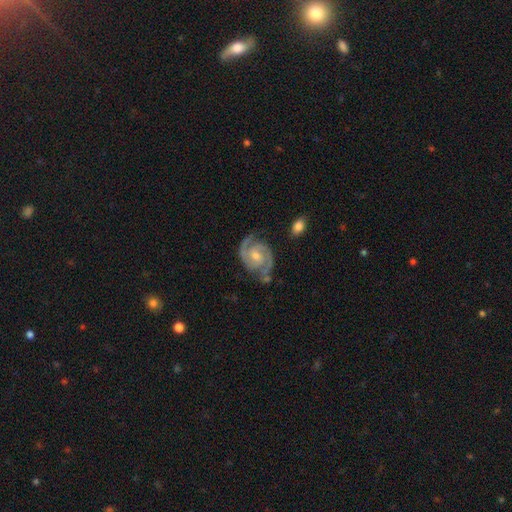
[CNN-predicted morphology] smooth_or_featured: featured or disk (p=0.92) [alt: star or artifact p=0.05]
disk_edge_on: no (p=0.98) [alt: yes p=0.02]
bar: no (p=0.57) [alt: weak p=0.34]
has_spiral_arms: yes (p=0.98) [alt: no p=0.02]
spiral_winding: tight (p=0.47) [alt: medium p=0.45]
spiral_arm_count: 2 (p=0.92) [alt: 3 p=0.02]
bulge_size: moderate (p=0.54) [alt: small p=0.40]
merging: none (p=0.77) [alt: minor disturbance p=0.15]